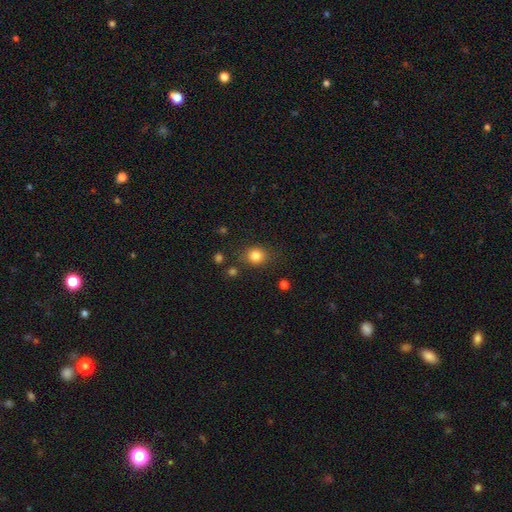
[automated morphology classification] type=smooth (83%); roundness=round (69%); merging=none (80%).